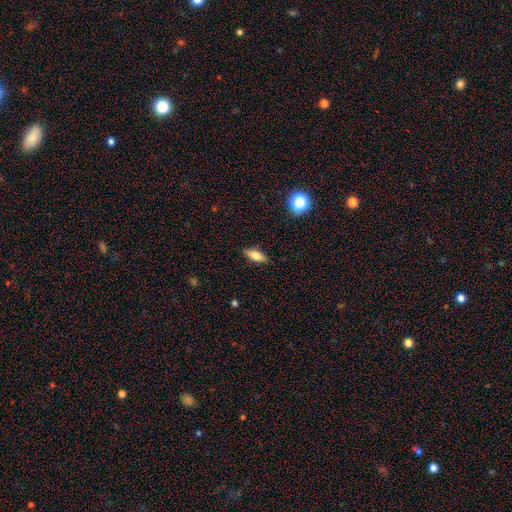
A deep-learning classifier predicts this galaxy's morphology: Smooth or featured?
  - smooth: 72% *
  - featured or disk: 20%
  - star or artifact: 8%
How rounded?
  - in between: 70% *
  - cigar-shaped: 26%
  - round: 3%
Merging?
  - none: 87% *
  - minor disturbance: 10%
  - major disturbance: 2%
  - merger: 1%